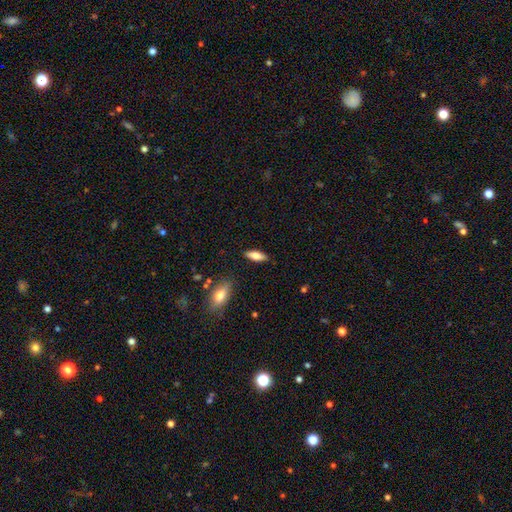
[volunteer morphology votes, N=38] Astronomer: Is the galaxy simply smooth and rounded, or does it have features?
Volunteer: smooth — 82%.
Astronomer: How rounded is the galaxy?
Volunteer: in between — 68%.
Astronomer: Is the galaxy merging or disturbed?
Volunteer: none — 73%.